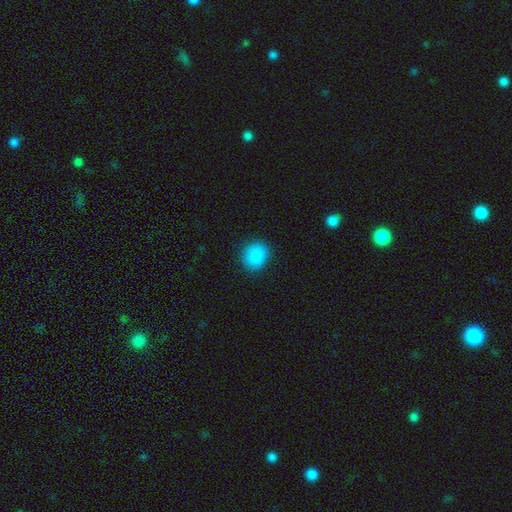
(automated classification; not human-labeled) This is clearly a smooth galaxy (88%). How rounded: likely round (76%). Merging: clearly none (87%).